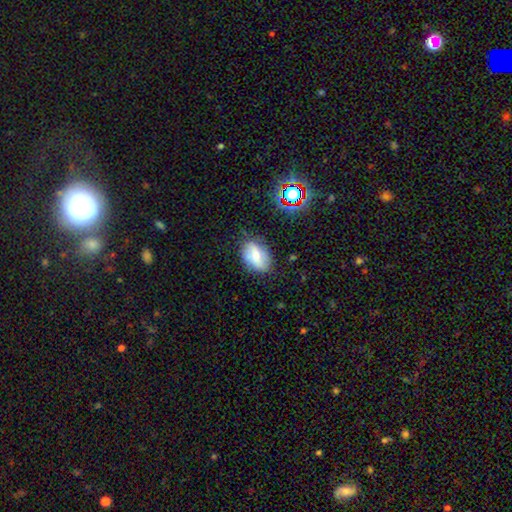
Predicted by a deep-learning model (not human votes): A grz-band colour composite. It shows a smooth galaxy with no disk features (54%) that is in between round and cigar-shaped (86%). Merging: none (75%).